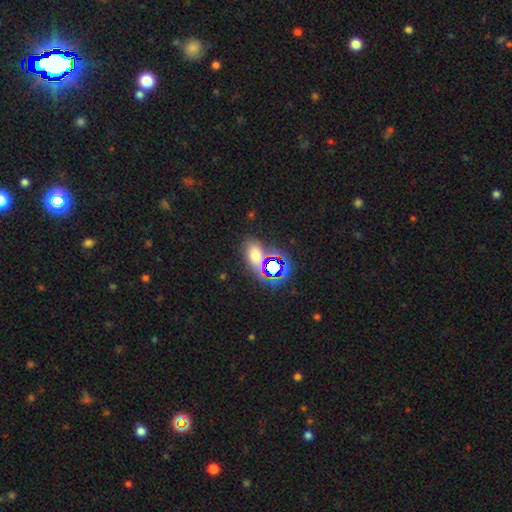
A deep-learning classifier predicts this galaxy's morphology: This appears to be a smooth galaxy with no disk features (52%) that is in between round and cigar-shaped (78%). Merging: none (66%).